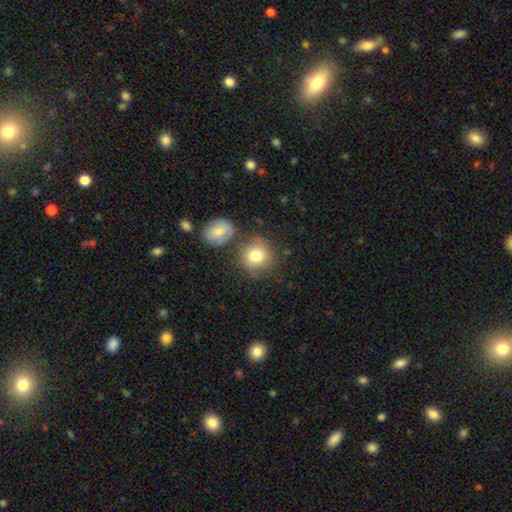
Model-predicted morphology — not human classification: Overall: smooth (80%). How rounded: round (89%). Merging: none (71%).